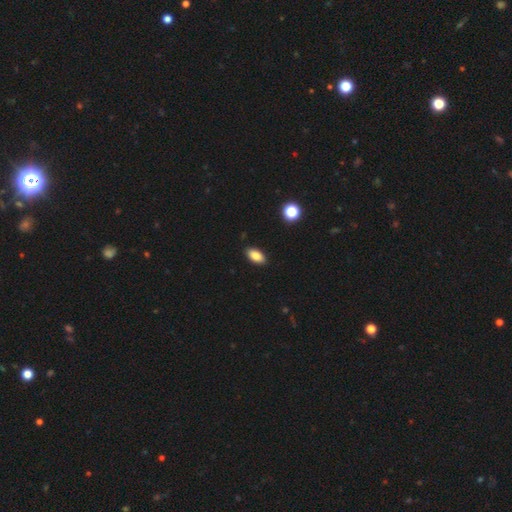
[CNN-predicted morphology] This is clearly a smooth galaxy (85%). How rounded: clearly in between (92%). Merging: clearly none (89%).